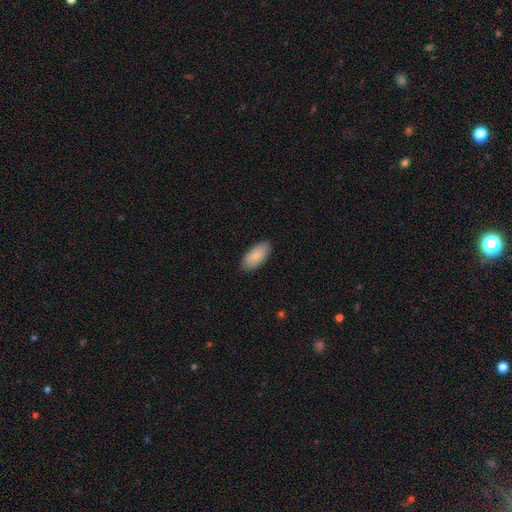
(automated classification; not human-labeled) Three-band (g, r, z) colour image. It shows a smooth galaxy with no disk features (88%) that is in between round and cigar-shaped (91%). Merging: none (86%).